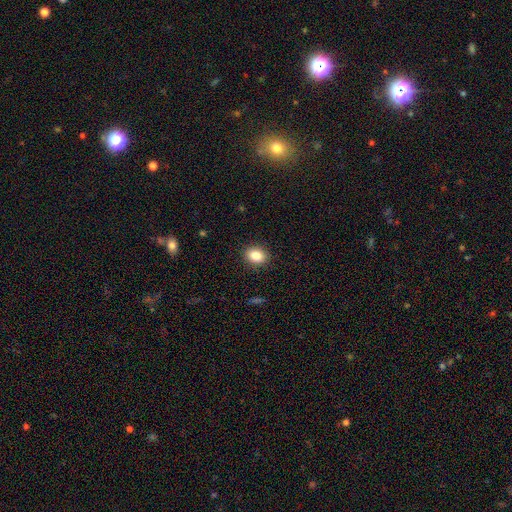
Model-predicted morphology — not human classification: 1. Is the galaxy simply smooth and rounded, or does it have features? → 86% smooth, 9% star or artifact, 5% featured or disk.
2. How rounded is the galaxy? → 58% in between, 41% round, 1% cigar-shaped.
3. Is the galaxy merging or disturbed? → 90% none, 7% minor disturbance, 2% major disturbance, 1% merger.